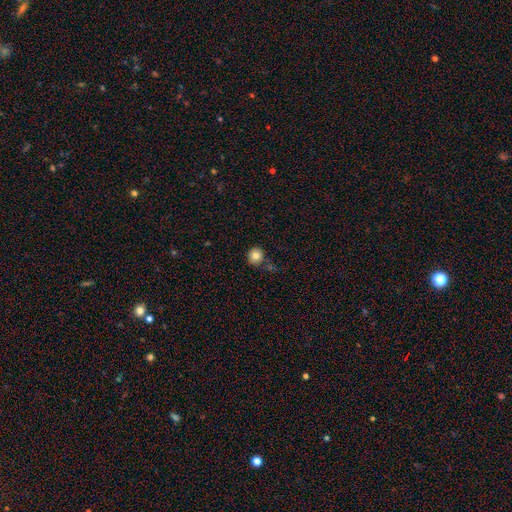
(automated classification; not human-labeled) Morphology: type=smooth (81%); roundness=round (91%); merging=none (78%).